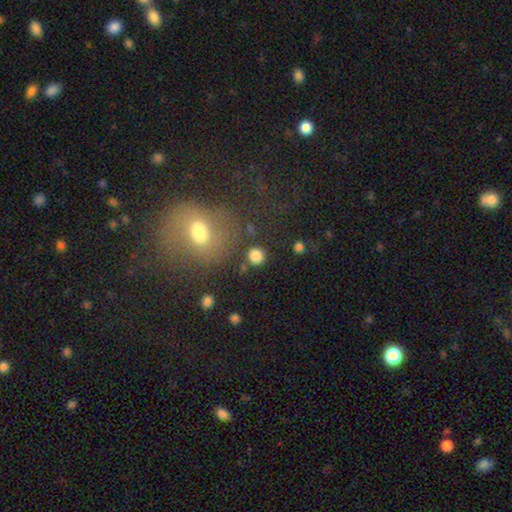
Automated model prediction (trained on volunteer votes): A smooth galaxy with no disk features (83%) that is round (91%). Merging: none (84%).